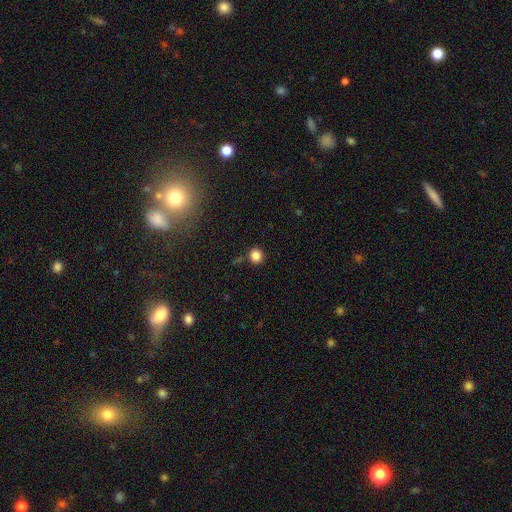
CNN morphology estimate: Smooth or featured?
  - smooth: 84% *
  - star or artifact: 12%
  - featured or disk: 4%
How rounded?
  - round: 89% *
  - in between: 10%
  - cigar-shaped: 1%
Merging?
  - none: 83% *
  - minor disturbance: 10%
  - merger: 4%
  - major disturbance: 3%